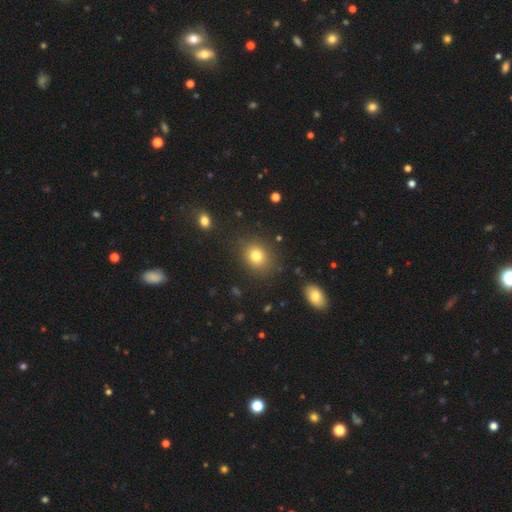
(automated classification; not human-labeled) Morphology: type=smooth (79%); roundness=round (67%); merging=none (84%).